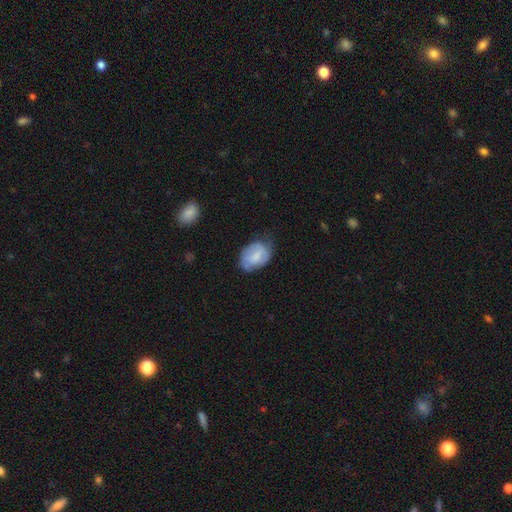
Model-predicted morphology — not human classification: A smooth galaxy with no disk features (64%) that is in between round and cigar-shaped (74%).

Vote fractions:
- Smooth or featured? smooth: 64% / featured or disk: 29% / star or artifact: 7%
- How rounded? in between: 74% / round: 25% / cigar-shaped: 1%
- Merging? none: 51% / minor disturbance: 36% / major disturbance: 12% / merger: 2%